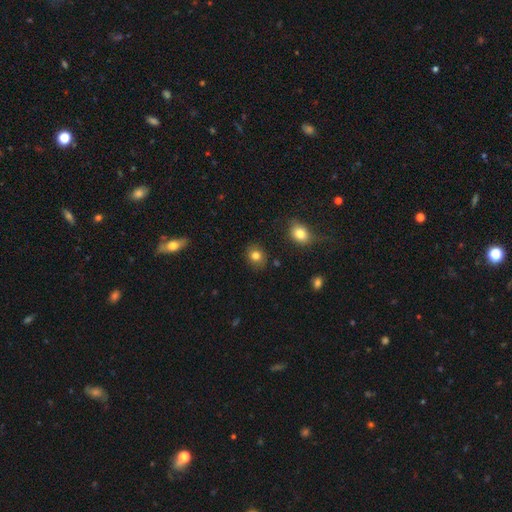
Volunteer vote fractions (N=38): smooth_or_featured: smooth (p=0.87) [alt: star or artifact p=0.08]
how_rounded: round (p=0.58) [alt: in between p=0.42]
merging: none (p=0.97) [alt: minor disturbance p=0.03]